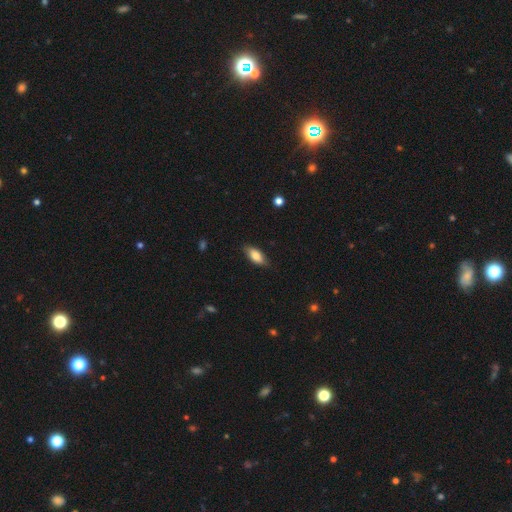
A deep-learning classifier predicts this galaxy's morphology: A smooth galaxy with no disk features (79%) that is in between round and cigar-shaped (85%).

Vote fractions:
- Smooth or featured? smooth: 79% / featured or disk: 14% / star or artifact: 6%
- How rounded? in between: 85% / cigar-shaped: 12% / round: 3%
- Merging? none: 82% / minor disturbance: 15% / major disturbance: 2% / merger: 1%